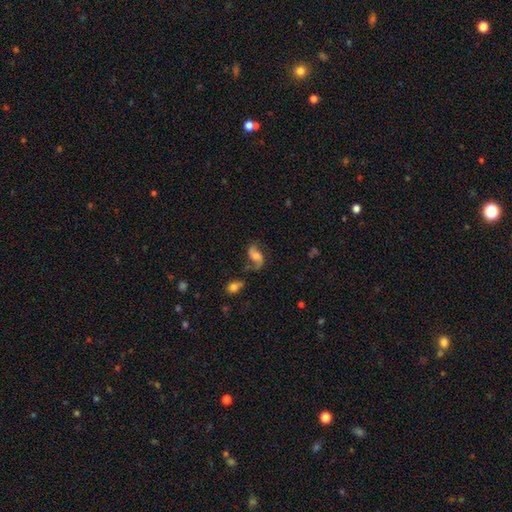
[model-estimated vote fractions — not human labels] Smooth or featured? Predicted: featured or disk (p=0.67). Edge-on disk? Predicted: no (p=0.96). Bar? Predicted: no (p=0.54). Spiral arms? Predicted: yes (p=0.91). Spiral winding? Predicted: loose (p=0.64). Spiral arm count? Predicted: 2 (p=0.79). Bulge size? Predicted: moderate (p=0.47). Merging? Predicted: none (p=0.50).